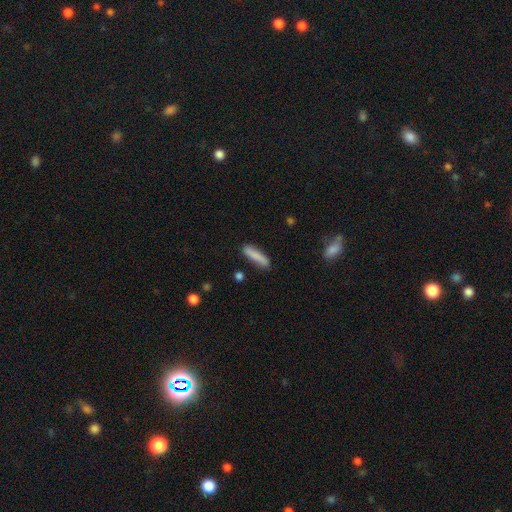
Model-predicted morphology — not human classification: Smooth or featured?
  - smooth: 82% *
  - featured or disk: 11%
  - star or artifact: 6%
How rounded?
  - cigar-shaped: 81% *
  - in between: 17%
  - round: 2%
Merging?
  - none: 83% *
  - minor disturbance: 12%
  - major disturbance: 2%
  - merger: 2%